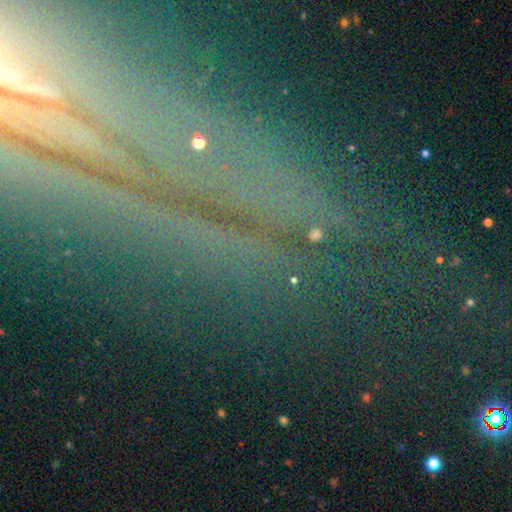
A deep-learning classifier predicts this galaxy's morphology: type=star or artifact (70%).